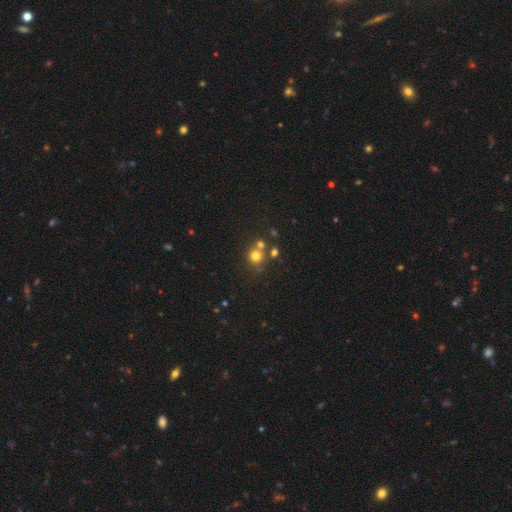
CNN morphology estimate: The model was most divided on "merging": none: 61%, merger: 25%, minor disturbance: 10%, major disturbance: 4%. More confident: how rounded — round (88%); smooth or featured — smooth (74%).